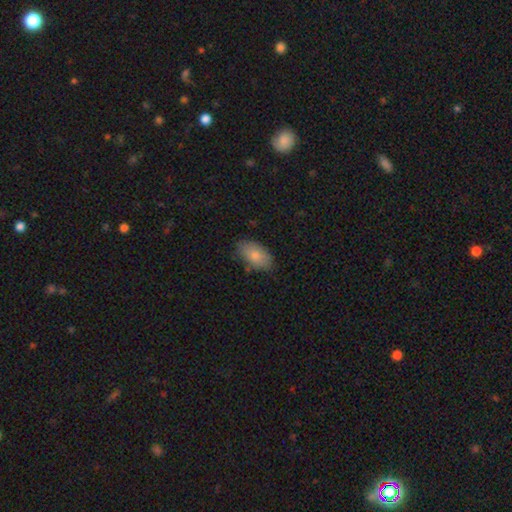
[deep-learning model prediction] Smooth or featured? Predicted: smooth (p=0.81). How rounded? Predicted: in between (p=0.93). Merging? Predicted: none (p=0.82).